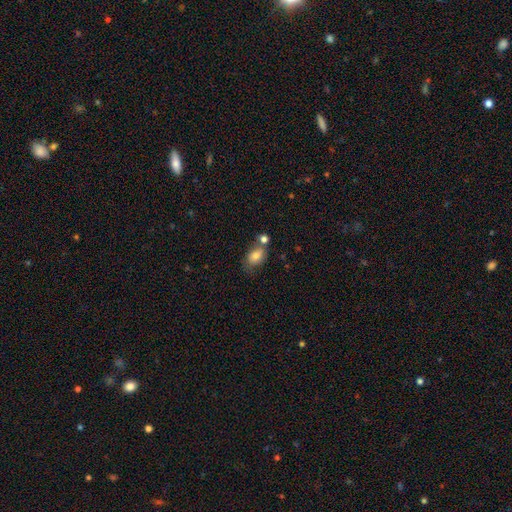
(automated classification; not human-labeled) Smooth or featured: smooth — 78% (featured or disk — 13%)
How rounded: in between — 80% (round — 18%)
Merging: none — 47% (merger — 26%)